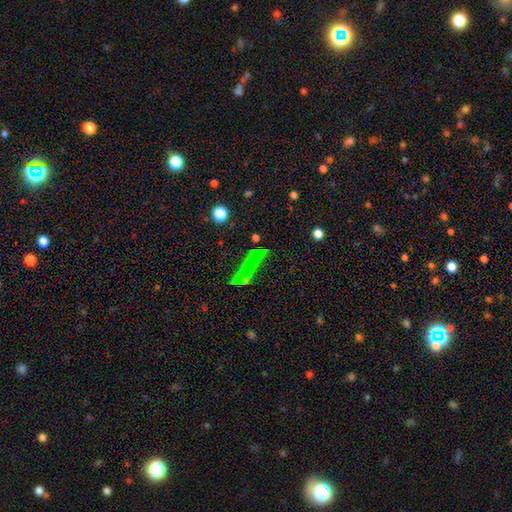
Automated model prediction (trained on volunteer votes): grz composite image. It shows a star or artifact, not a galaxy (55%).